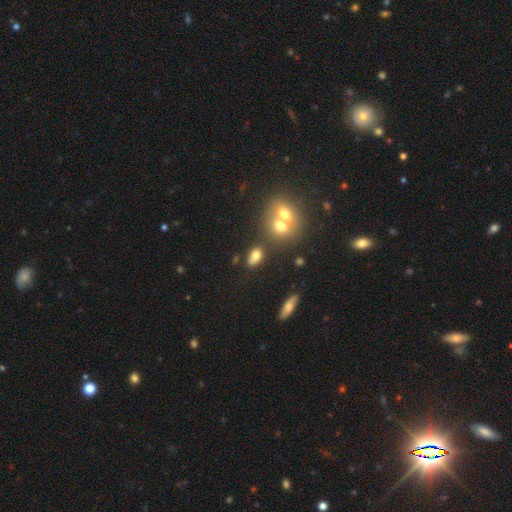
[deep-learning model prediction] This is likely a smooth galaxy (73%). How rounded: likely in between (70%). Merging: possibly none (50%).